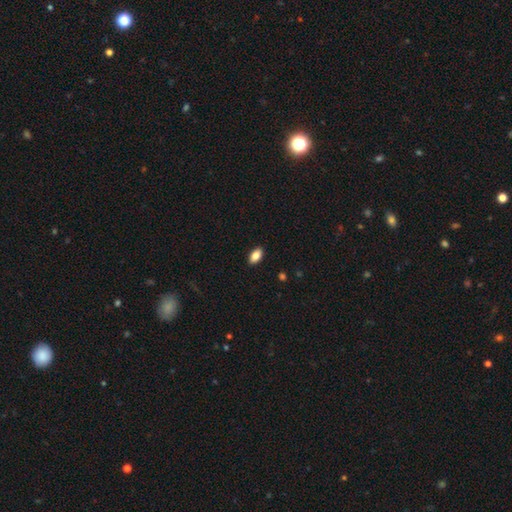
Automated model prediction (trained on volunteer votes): Smooth or featured? smooth (85%)
How rounded? in between (92%)
Merging? none (90%)